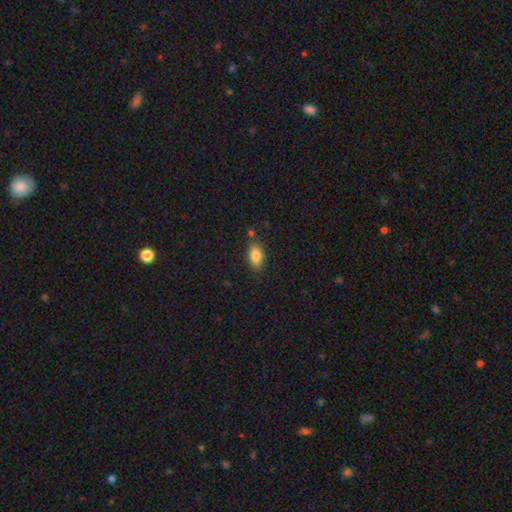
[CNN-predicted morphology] Overall: smooth (83%). How rounded: in between (89%). Merging: none (81%).